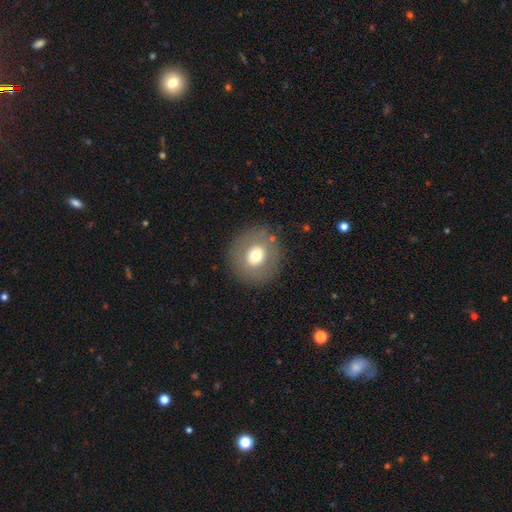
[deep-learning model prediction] Morphology: type=smooth (65%); roundness=round (89%); merging=none (85%).